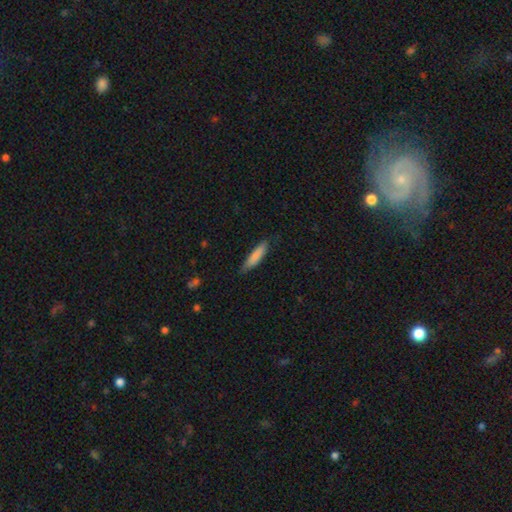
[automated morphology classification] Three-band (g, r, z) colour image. It shows a smooth galaxy with no disk features (82%) that is cigar-shaped (79%). Merging: none (80%).